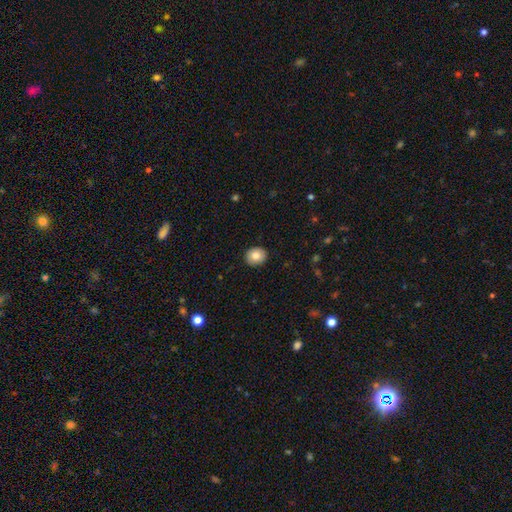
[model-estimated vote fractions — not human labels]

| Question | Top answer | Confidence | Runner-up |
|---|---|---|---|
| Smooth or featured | smooth | 84% | star or artifact (8%) |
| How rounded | round | 78% | in between (22%) |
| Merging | none | 91% | minor disturbance (6%) |